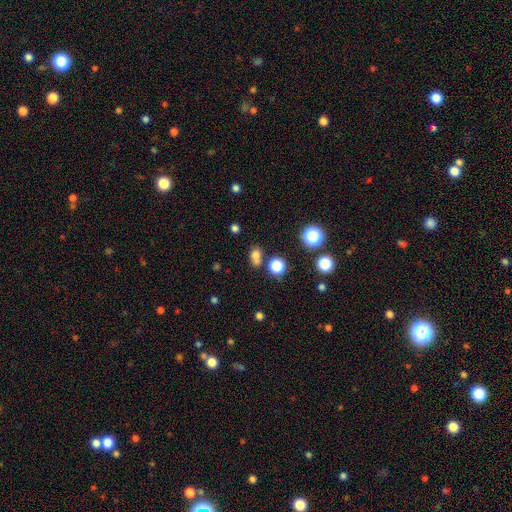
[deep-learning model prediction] This is likely a smooth galaxy (73%). How rounded: possibly round (56%). Merging: possibly none (55%).